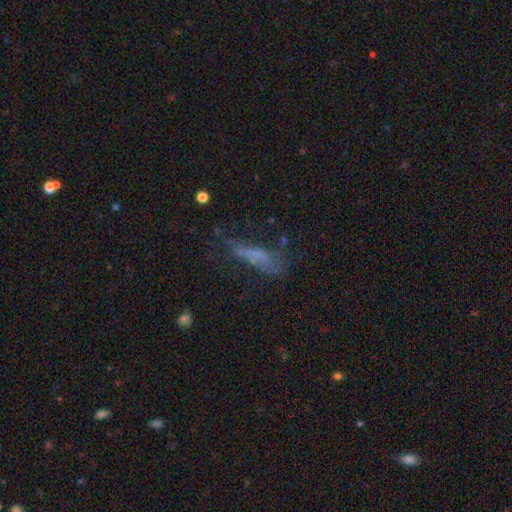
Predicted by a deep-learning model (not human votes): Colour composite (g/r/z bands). It shows a smooth galaxy with no disk features (49%). Merging: none (41%).